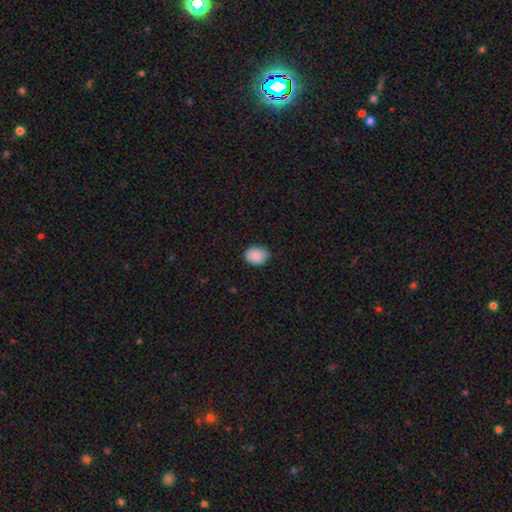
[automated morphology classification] Overall: smooth (90%). How rounded: in between (62%; round 37%). Merging: none (82%).